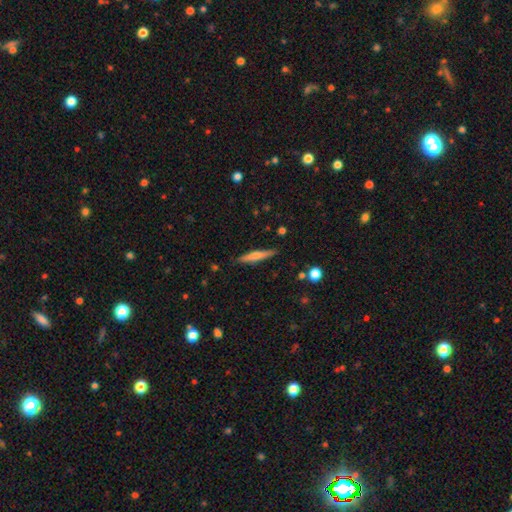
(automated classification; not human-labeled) smooth-or-featured: smooth: 58% | featured or disk: 36% | star or artifact: 6%
  how-rounded: cigar-shaped: 92% | in between: 7% | round: 2%
  merging: none: 88% | minor disturbance: 9% | major disturbance: 2% | merger: 2%